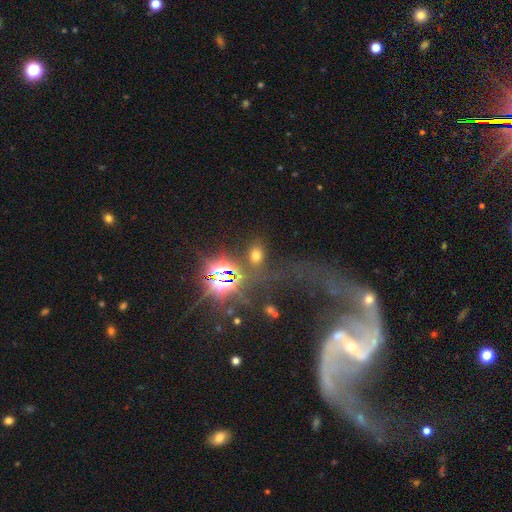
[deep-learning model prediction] This is possibly a smooth galaxy (52%). How rounded: likely in between (72%). Merging: likely none (70%).